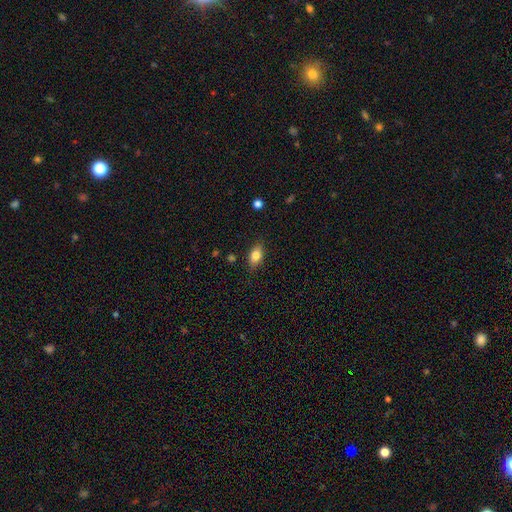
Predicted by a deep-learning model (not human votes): A smooth galaxy with no disk features (80%) that is in between round and cigar-shaped (84%).

Vote fractions:
- Smooth or featured? smooth: 80% / featured or disk: 11% / star or artifact: 8%
- How rounded? in between: 84% / round: 10% / cigar-shaped: 6%
- Merging? none: 84% / minor disturbance: 12% / major disturbance: 3% / merger: 1%